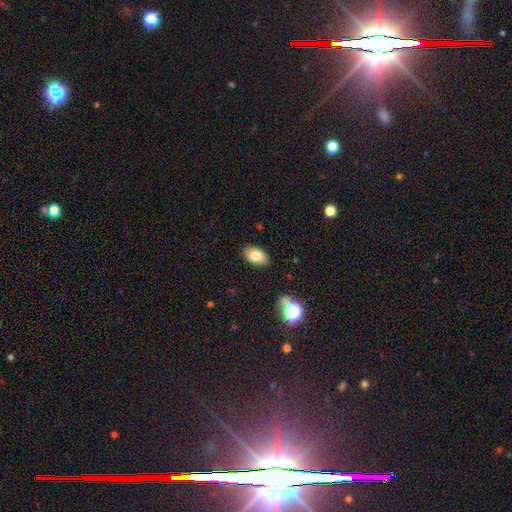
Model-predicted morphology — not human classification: Smooth or featured: smooth — 79% (featured or disk — 12%)
How rounded: in between — 91% (round — 7%)
Merging: none — 87% (minor disturbance — 10%)